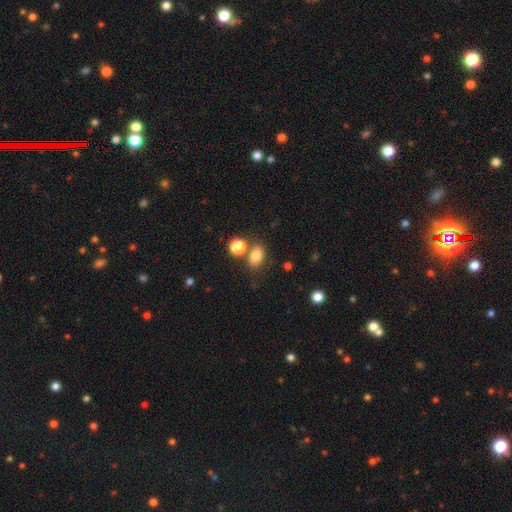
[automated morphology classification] This appears to be a smooth galaxy with no disk features (81%) that is in between round and cigar-shaped (75%). Merging: none (66%).